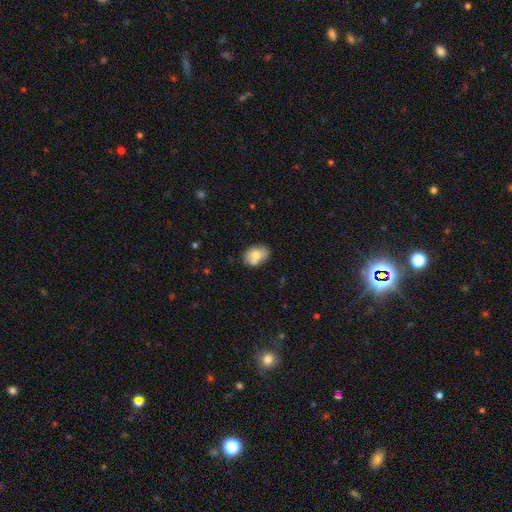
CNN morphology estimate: Smooth or featured? smooth (72%)
How rounded? in between (78%)
Merging? none (63%)